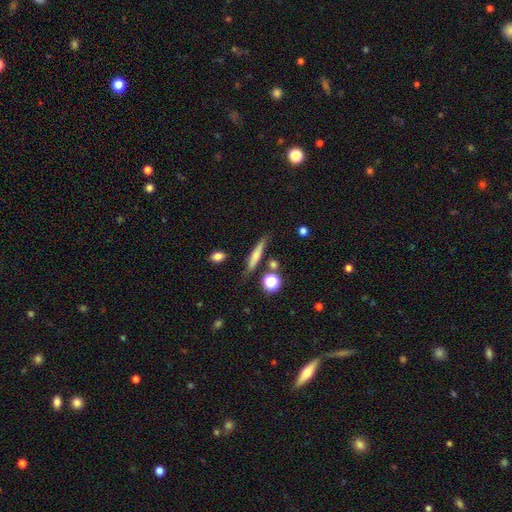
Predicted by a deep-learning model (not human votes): Smooth or featured?
  - smooth: 62% *
  - featured or disk: 28%
  - star or artifact: 9%
How rounded?
  - cigar-shaped: 83% *
  - in between: 11%
  - round: 6%
Merging?
  - none: 78% *
  - minor disturbance: 13%
  - merger: 6%
  - major disturbance: 3%